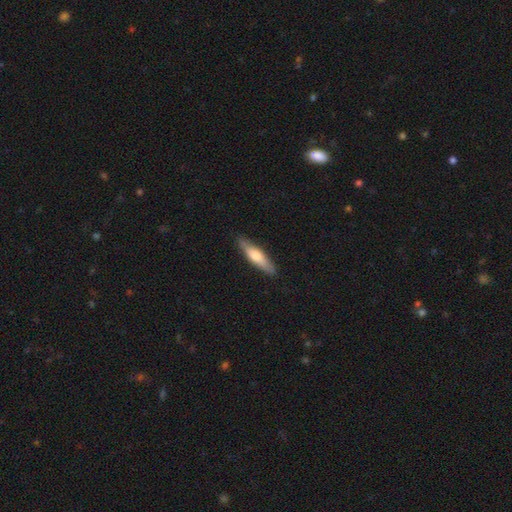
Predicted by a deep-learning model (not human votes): smooth-or-featured: smooth: 60% | featured or disk: 35% | star or artifact: 5%
  how-rounded: cigar-shaped: 78% | in between: 20% | round: 2%
  merging: none: 87% | minor disturbance: 10% | major disturbance: 2% | merger: 1%